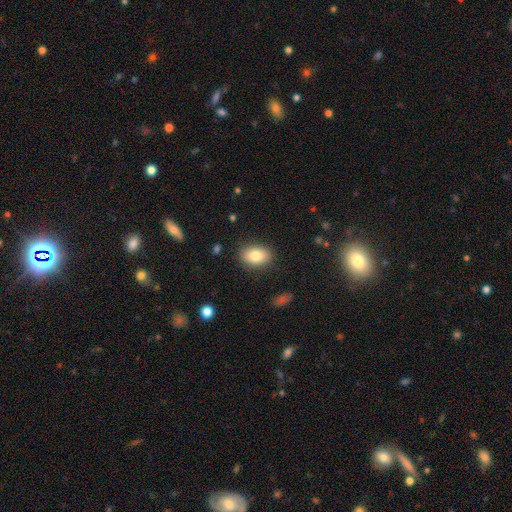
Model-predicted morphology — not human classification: smooth_or_featured: smooth (p=0.81) [alt: featured or disk p=0.11]
how_rounded: in between (p=0.81) [alt: round p=0.17]
merging: none (p=0.86) [alt: minor disturbance p=0.10]